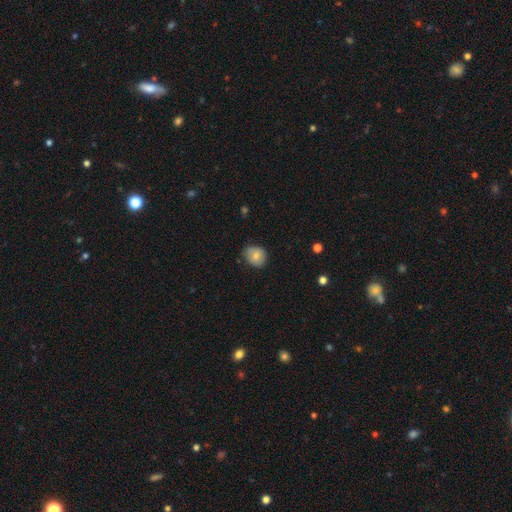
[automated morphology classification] This is likely a smooth galaxy (77%). How rounded: likely round (73%). Merging: likely none (73%).